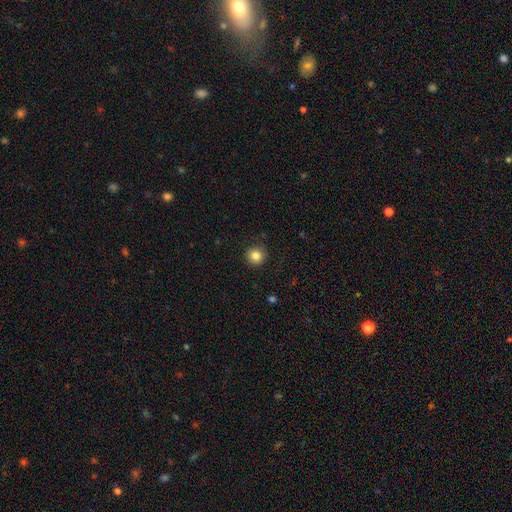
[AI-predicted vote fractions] A smooth galaxy with no disk features (84%) that is round (94%). Merging: none (89%).